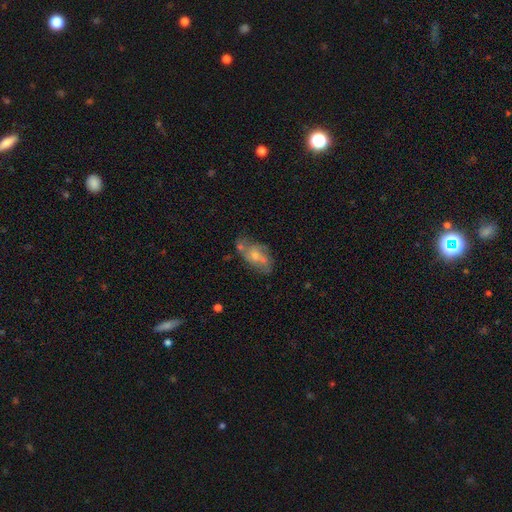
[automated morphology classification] Smooth or featured: featured or disk — 48% (smooth — 44%)
Merging: none — 43% (minor disturbance — 26%)